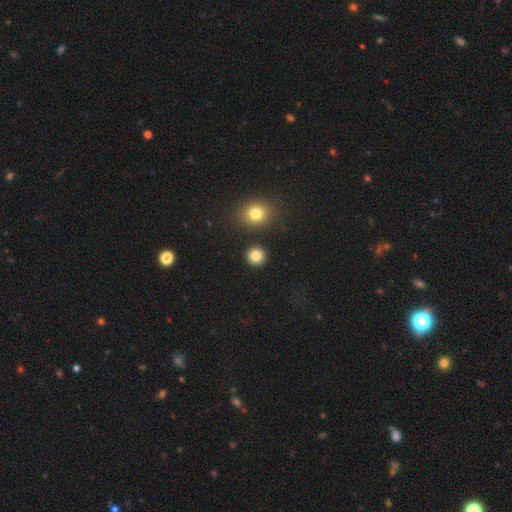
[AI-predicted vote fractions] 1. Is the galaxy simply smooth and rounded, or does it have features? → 84% smooth, 11% star or artifact, 5% featured or disk.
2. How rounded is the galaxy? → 92% round, 7% in between, 1% cigar-shaped.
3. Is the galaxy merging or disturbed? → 90% none, 5% minor disturbance, 3% merger, 2% major disturbance.